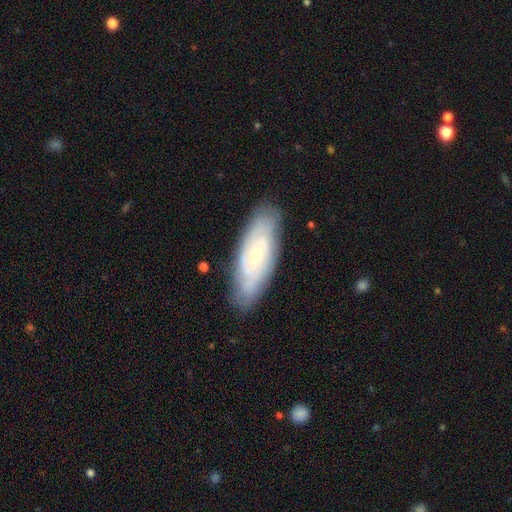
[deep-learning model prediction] Q: Smooth or featured?
A: featured or disk (70%); runner-up: smooth (24%)
Q: Edge-on disk?
A: no (86%); runner-up: yes (14%)
Q: Bar?
A: no (68%); runner-up: weak (26%)
Q: Spiral arms?
A: yes (85%); runner-up: no (15%)
Q: Spiral winding?
A: tight (68%); runner-up: medium (25%)
Q: Spiral arm count?
A: can't tell (55%); runner-up: 2 (22%)
Q: Bulge size?
A: small (68%); runner-up: moderate (28%)
Q: Merging?
A: none (81%); runner-up: minor disturbance (14%)